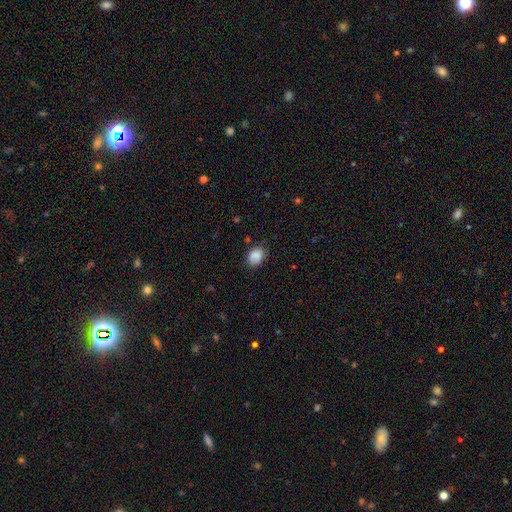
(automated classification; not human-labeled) smooth-or-featured: smooth: 84% | star or artifact: 9% | featured or disk: 7%
  how-rounded: in between: 51% | round: 48% | cigar-shaped: 1%
  merging: none: 71% | minor disturbance: 22% | major disturbance: 5% | merger: 2%